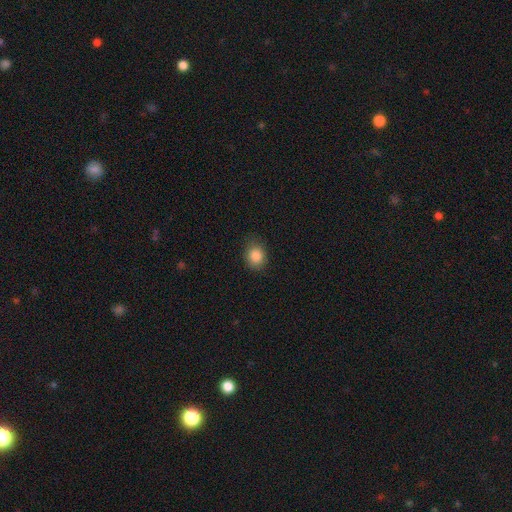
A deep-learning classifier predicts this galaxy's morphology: This is clearly a smooth galaxy (86%). How rounded: likely round (63%). Merging: likely none (80%).